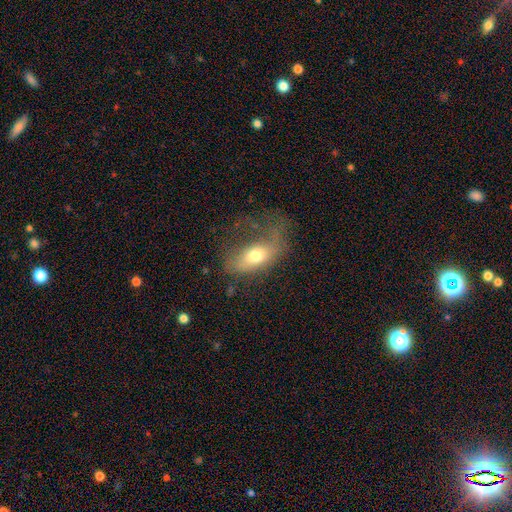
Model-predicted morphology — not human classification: This appears to be a smooth galaxy with no disk features (60%) that is in between round and cigar-shaped (84%). Merging: major disturbance (46%).